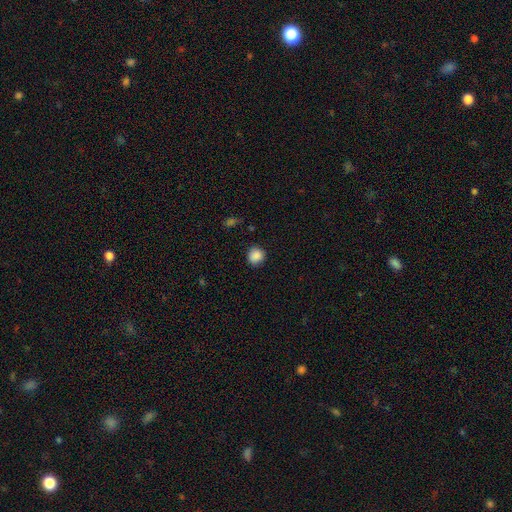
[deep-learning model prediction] Smooth or featured? Predicted: smooth (p=0.88). How rounded? Predicted: round (p=0.88). Merging? Predicted: none (p=0.87).